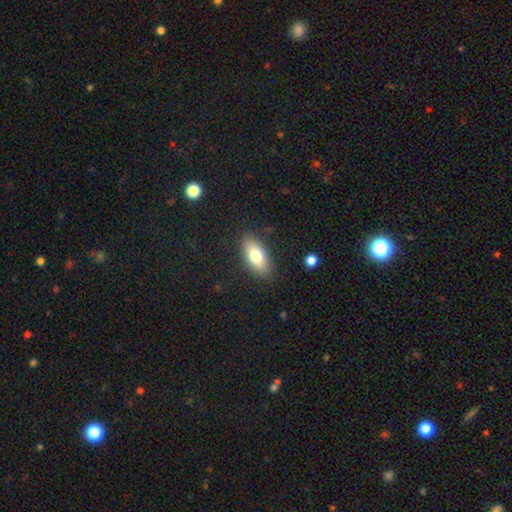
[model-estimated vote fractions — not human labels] smooth 77%, featured or disk 16%, star or artifact 7%. Down the decision tree: how rounded — in between (86%); merging — none (85%).